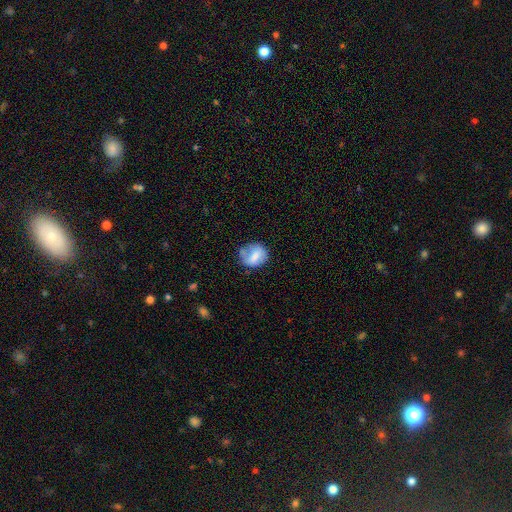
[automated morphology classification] type=smooth (65%); roundness=round (63%); merging=none (52%).